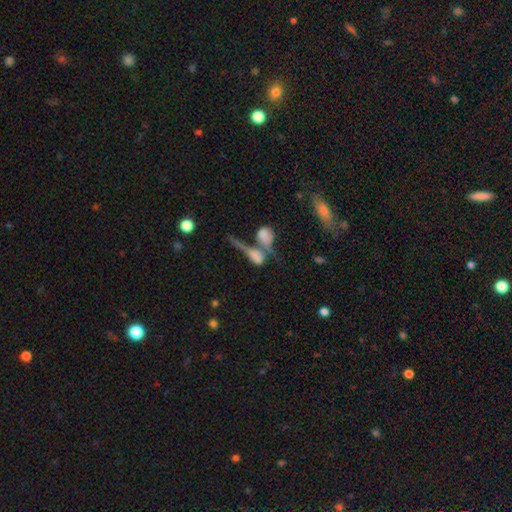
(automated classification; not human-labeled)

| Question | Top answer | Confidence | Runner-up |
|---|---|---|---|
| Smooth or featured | smooth | 56% | featured or disk (32%) |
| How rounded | in between | 61% | cigar-shaped (21%) |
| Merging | merger | 58% | none (17%) |